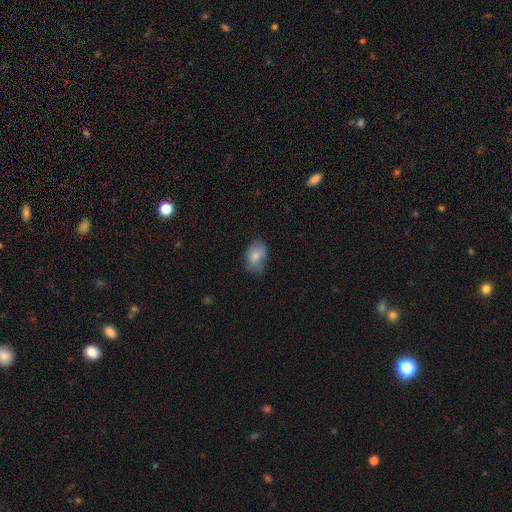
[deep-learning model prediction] smooth-or-featured: smooth: 79% | featured or disk: 14% | star or artifact: 7%
  how-rounded: in between: 83% | round: 16% | cigar-shaped: 1%
  merging: none: 59% | minor disturbance: 31% | major disturbance: 8% | merger: 1%